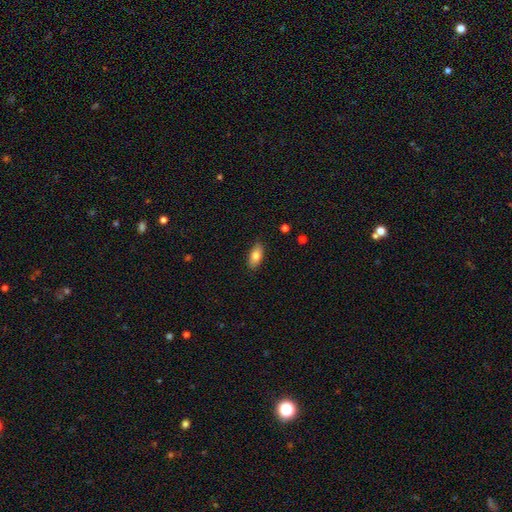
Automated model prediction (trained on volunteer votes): Smooth or featured: smooth — 81% (featured or disk — 11%)
How rounded: in between — 89% (cigar-shaped — 8%)
Merging: none — 86% (minor disturbance — 10%)